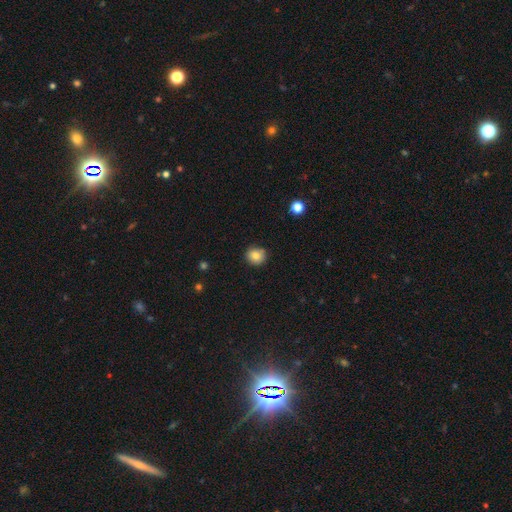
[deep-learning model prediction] smooth 83%, star or artifact 10%, featured or disk 7%. Down the decision tree: how rounded — round (87%); merging — none (85%).